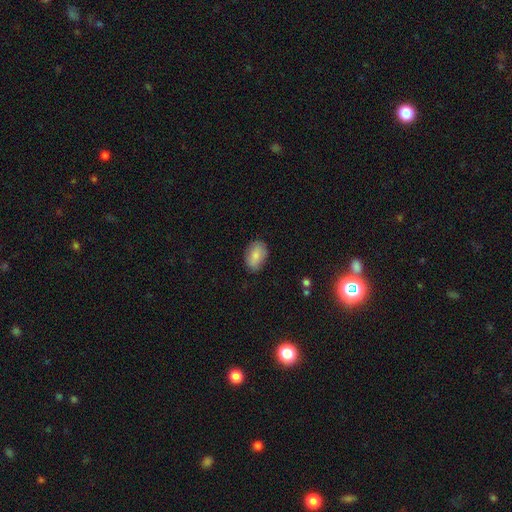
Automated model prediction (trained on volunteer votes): Q: Smooth or featured?
A: smooth (84%); runner-up: featured or disk (9%)
Q: How rounded?
A: in between (87%); runner-up: round (12%)
Q: Merging?
A: none (83%); runner-up: minor disturbance (13%)